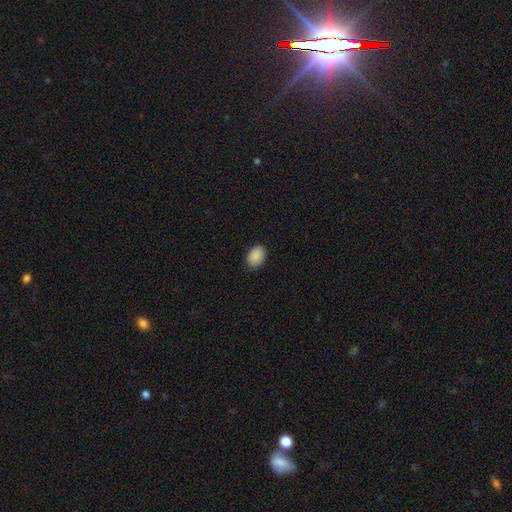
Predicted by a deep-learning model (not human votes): smooth 90%, star or artifact 7%, featured or disk 3%. Down the decision tree: how rounded — in between (79%); merging — none (86%).